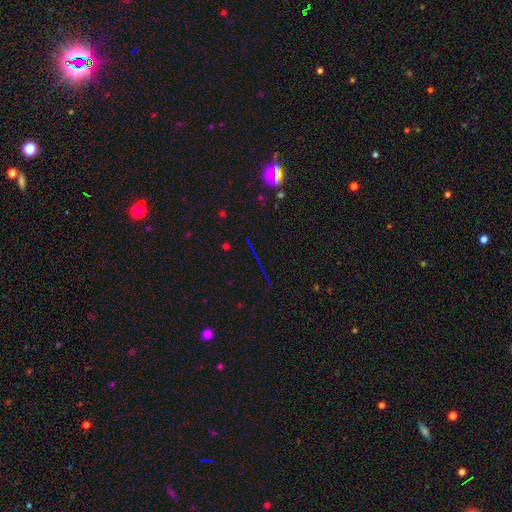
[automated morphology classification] type=star or artifact (74%).